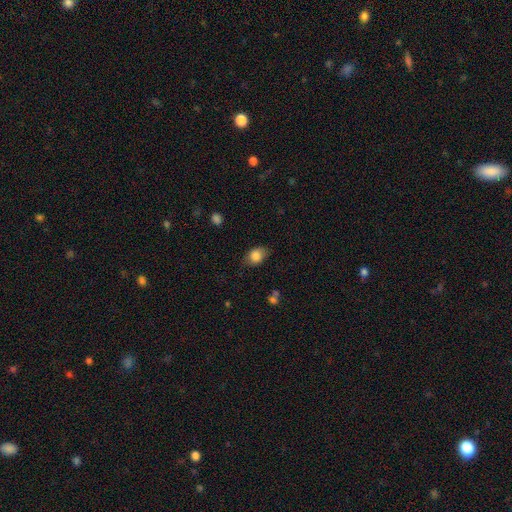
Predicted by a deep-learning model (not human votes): This is clearly a smooth galaxy (84%). How rounded: likely in between (70%). Merging: likely none (73%).